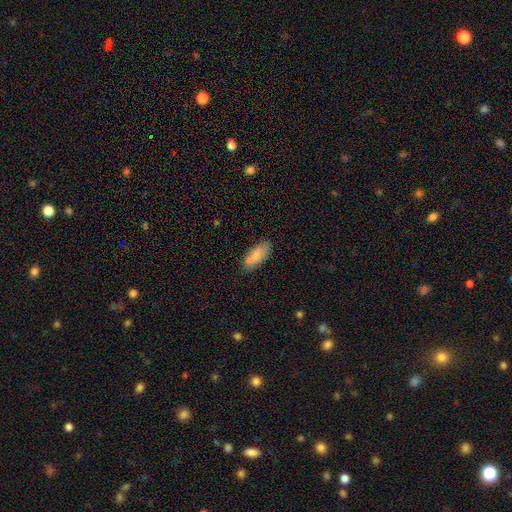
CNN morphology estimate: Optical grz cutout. It shows a smooth galaxy with no disk features (75%) that is in between round and cigar-shaped (81%). Merging: none (68%).